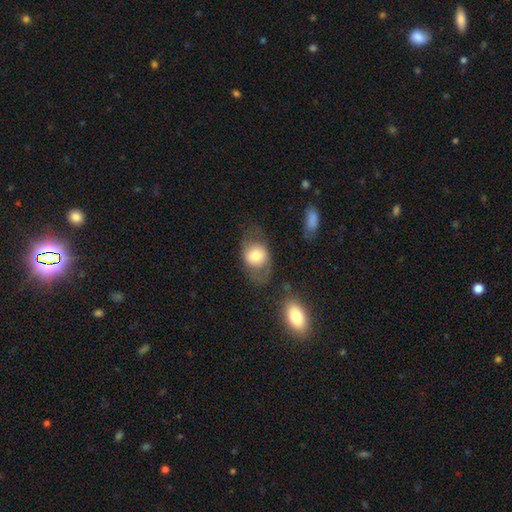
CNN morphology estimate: Smooth or featured? smooth (65%)
How rounded? in between (62%)
Merging? none (59%)